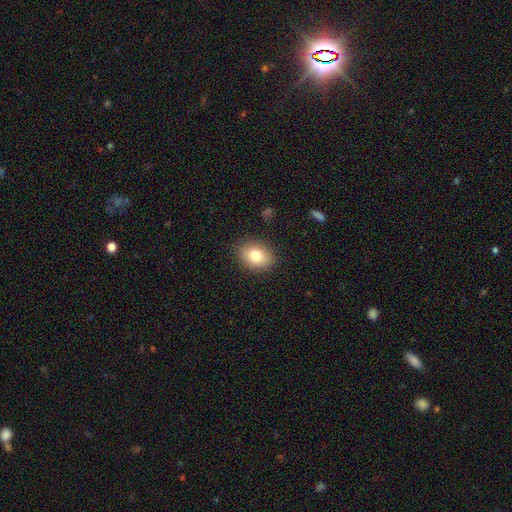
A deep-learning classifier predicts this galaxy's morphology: smooth 80%, featured or disk 11%, star or artifact 9%. Down the decision tree: how rounded — in between (65%); merging — none (87%).